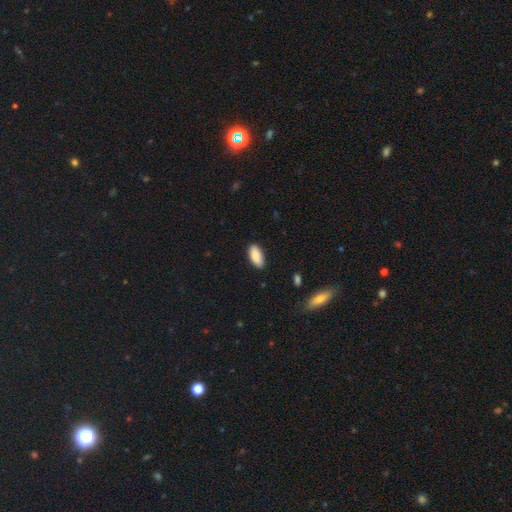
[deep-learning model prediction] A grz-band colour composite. It shows a smooth galaxy with no disk features (89%) that is in between round and cigar-shaped (90%). Merging: none (84%).